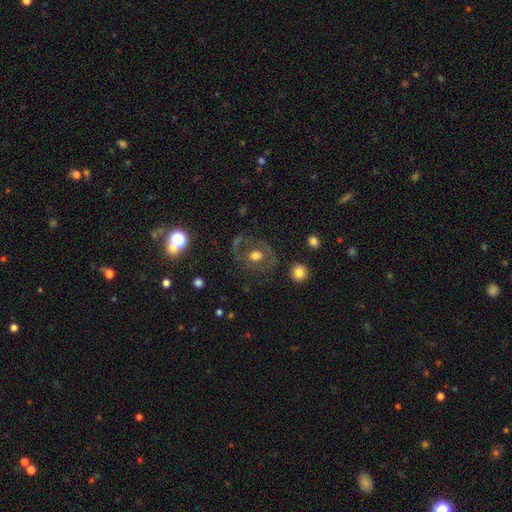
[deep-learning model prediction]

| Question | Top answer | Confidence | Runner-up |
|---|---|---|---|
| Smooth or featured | featured or disk | 48% | smooth (42%) |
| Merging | none | 67% | minor disturbance (16%) |